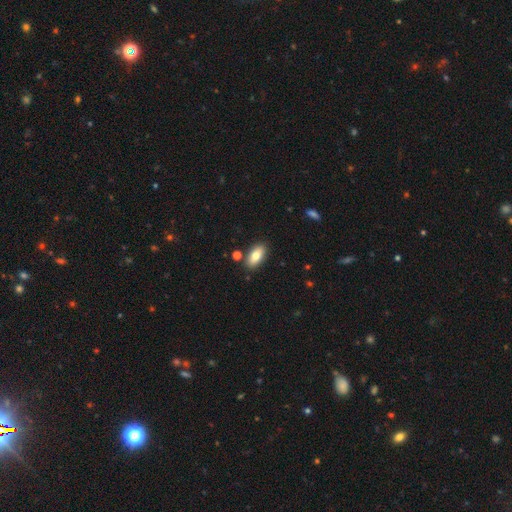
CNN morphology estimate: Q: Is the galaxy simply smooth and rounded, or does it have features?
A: smooth — 78%.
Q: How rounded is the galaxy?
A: in between — 90%.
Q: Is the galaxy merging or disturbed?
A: none — 84%.